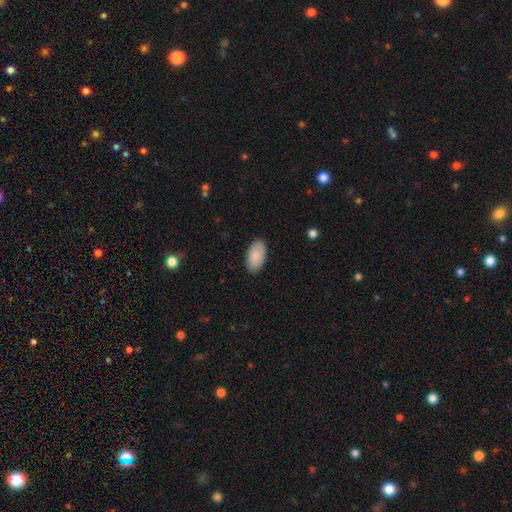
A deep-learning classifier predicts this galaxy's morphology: smooth-or-featured: smooth: 88% | featured or disk: 6% | star or artifact: 6%
  how-rounded: in between: 96% | round: 2% | cigar-shaped: 2%
  merging: none: 88% | minor disturbance: 9% | major disturbance: 2% | merger: 1%